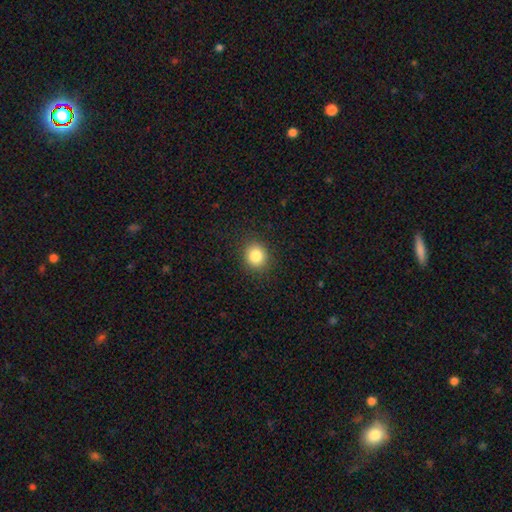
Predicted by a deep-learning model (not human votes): smooth-or-featured: smooth: 84% | star or artifact: 10% | featured or disk: 5%
  how-rounded: round: 82% | in between: 18% | cigar-shaped: 1%
  merging: none: 89% | minor disturbance: 7% | major disturbance: 2% | merger: 1%